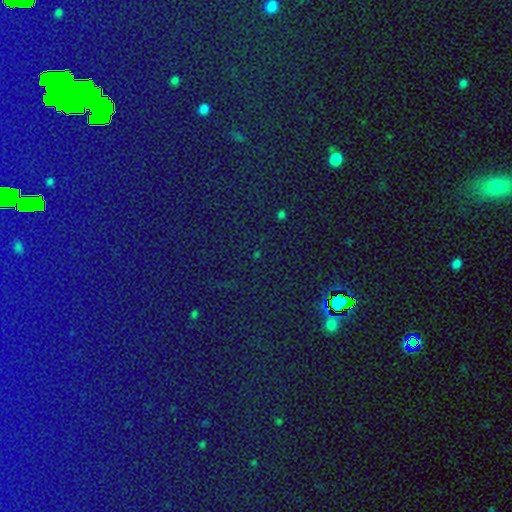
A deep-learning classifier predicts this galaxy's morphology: Smooth or featured?
  - star or artifact: 81% *
  - smooth: 11%
  - featured or disk: 9%